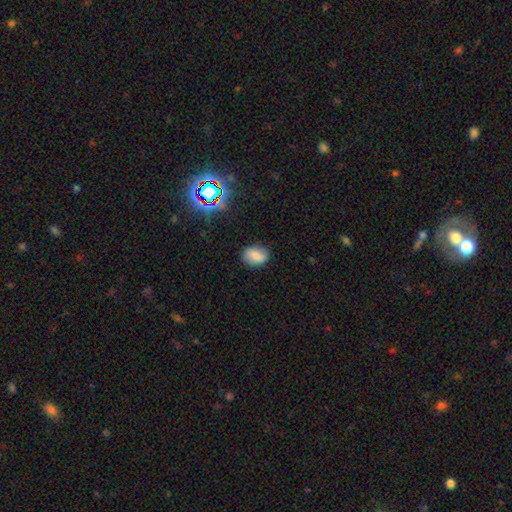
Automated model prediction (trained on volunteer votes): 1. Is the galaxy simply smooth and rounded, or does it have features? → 74% smooth, 14% featured or disk, 12% star or artifact.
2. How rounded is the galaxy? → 71% in between, 27% round, 2% cigar-shaped.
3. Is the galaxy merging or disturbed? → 81% none, 14% minor disturbance, 3% major disturbance, 1% merger.